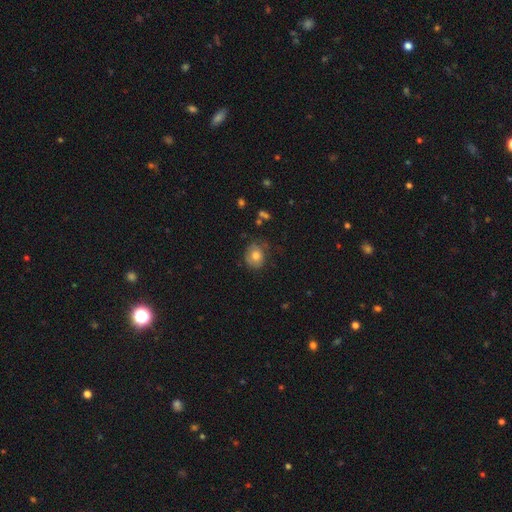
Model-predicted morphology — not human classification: Smooth or featured? Predicted: smooth (p=0.67). How rounded? Predicted: round (p=0.67). Merging? Predicted: none (p=0.65).